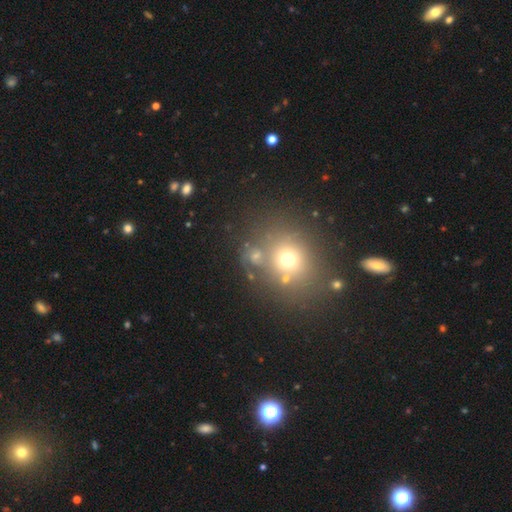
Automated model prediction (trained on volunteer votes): The model was most divided on "smooth or featured": smooth: 61%, star or artifact: 24%, featured or disk: 15%. More confident: how rounded — round (76%); merging — none (63%).